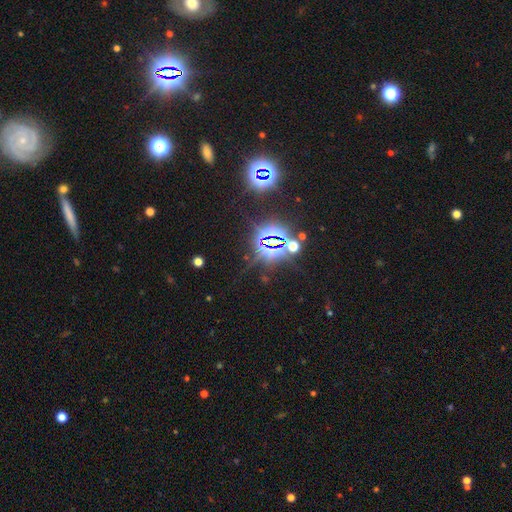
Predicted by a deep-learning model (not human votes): The model was most divided on "smooth or featured": star or artifact: 81%, smooth: 11%, featured or disk: 8%.